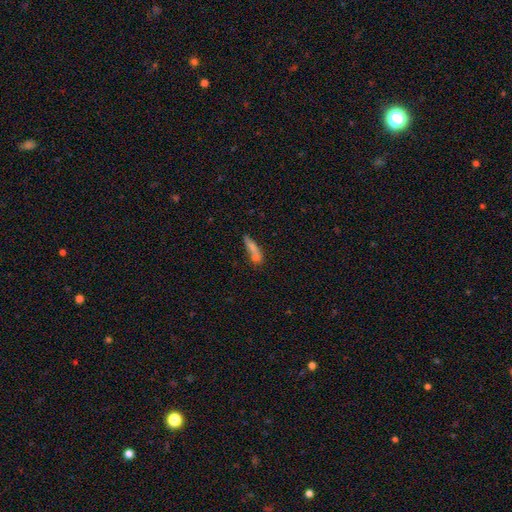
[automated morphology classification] smooth_or_featured: smooth (p=0.67) [alt: featured or disk p=0.22]
how_rounded: cigar-shaped (p=0.76) [alt: in between p=0.21]
merging: none (p=0.48) [alt: merger p=0.28]